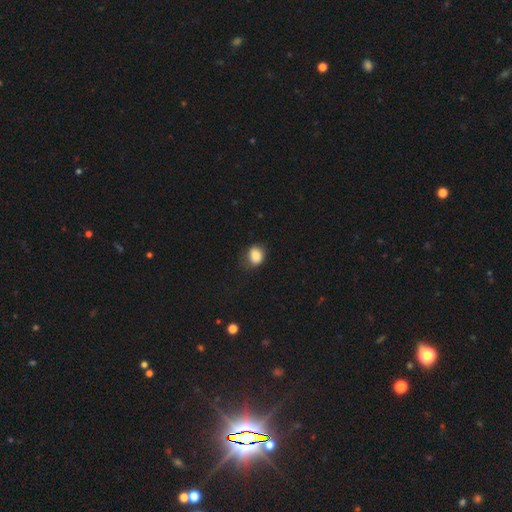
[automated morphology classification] Smooth or featured?
  - smooth: 84% *
  - star or artifact: 9%
  - featured or disk: 6%
How rounded?
  - round: 53% *
  - in between: 46%
  - cigar-shaped: 1%
Merging?
  - none: 69% *
  - minor disturbance: 23%
  - major disturbance: 6%
  - merger: 1%